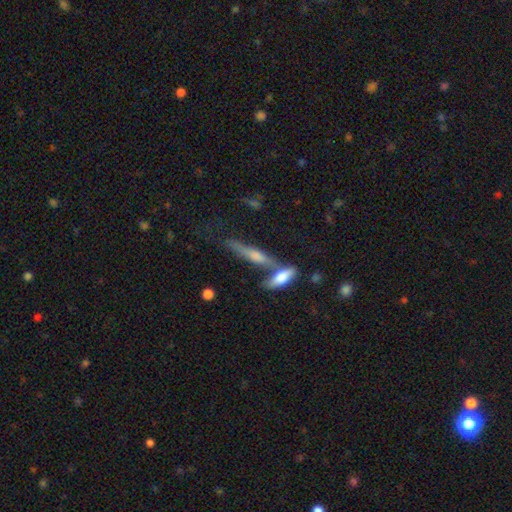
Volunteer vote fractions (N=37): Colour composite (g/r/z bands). It shows a featured or disk galaxy (92%) viewed edge-on (94%) with a rounded central bulge (75%). Merging: none (47%).